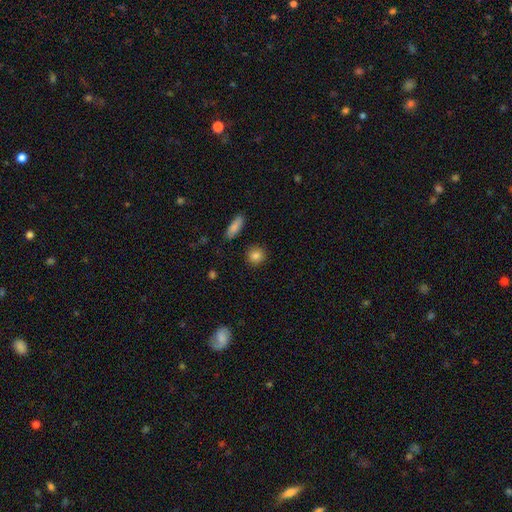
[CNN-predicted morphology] This appears to be a smooth galaxy with no disk features (85%) that is round (88%). Merging: none (90%).